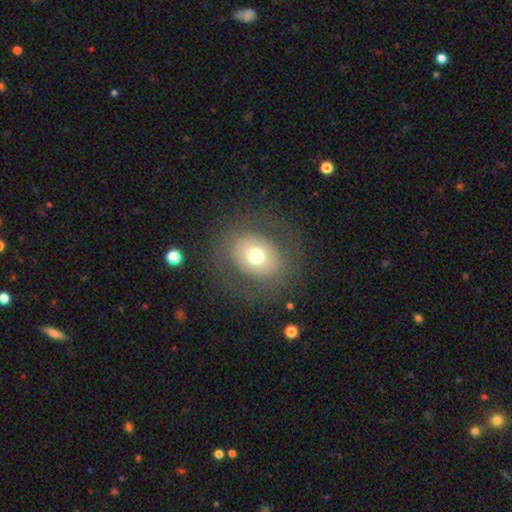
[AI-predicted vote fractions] smooth 58%, featured or disk 30%, star or artifact 12%. Down the decision tree: how rounded — round (57%); merging — none (78%).